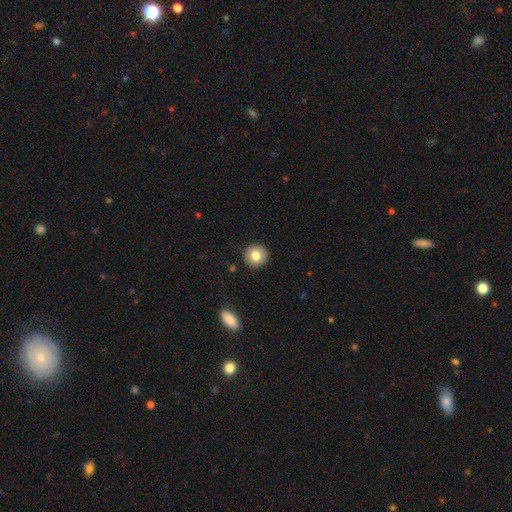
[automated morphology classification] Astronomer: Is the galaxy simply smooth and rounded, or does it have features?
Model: smooth — 81%.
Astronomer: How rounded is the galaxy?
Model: round — 92%.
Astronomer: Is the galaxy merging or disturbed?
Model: none — 92%.